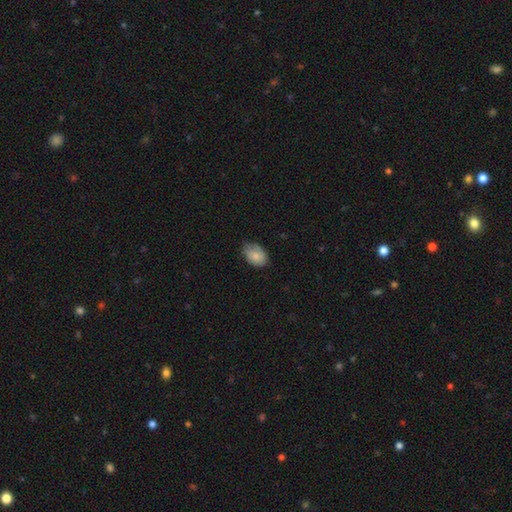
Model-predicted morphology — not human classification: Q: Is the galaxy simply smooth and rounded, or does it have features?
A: smooth — 80%.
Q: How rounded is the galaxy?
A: in between — 80%.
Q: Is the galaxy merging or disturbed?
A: none — 61%.